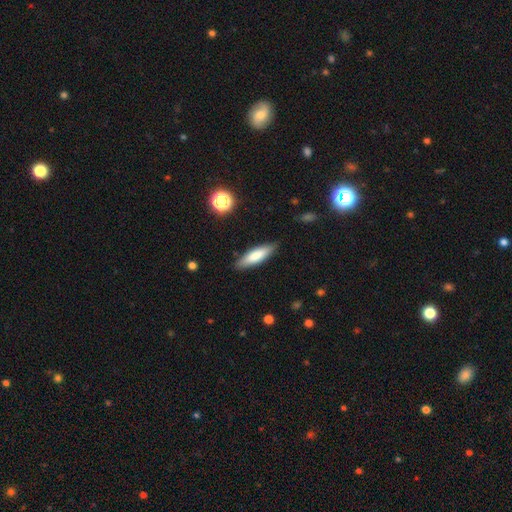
Smooth or featured: smooth — 68% (featured or disk — 24%)
How rounded: in between — 58% (cigar-shaped — 42%)
Merging: none — 80% (minor disturbance — 11%)